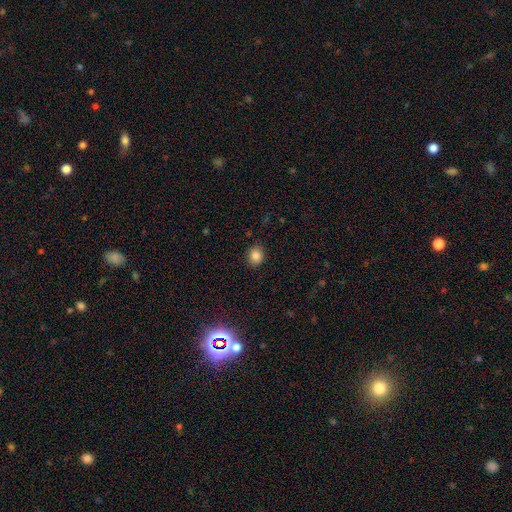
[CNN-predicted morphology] Smooth or featured? smooth (84%)
How rounded? round (69%)
Merging? none (89%)